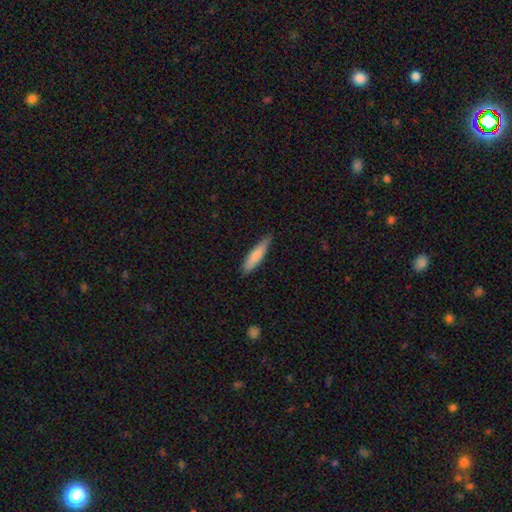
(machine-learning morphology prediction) Smooth or featured? smooth (80%)
How rounded? cigar-shaped (78%)
Merging? none (81%)